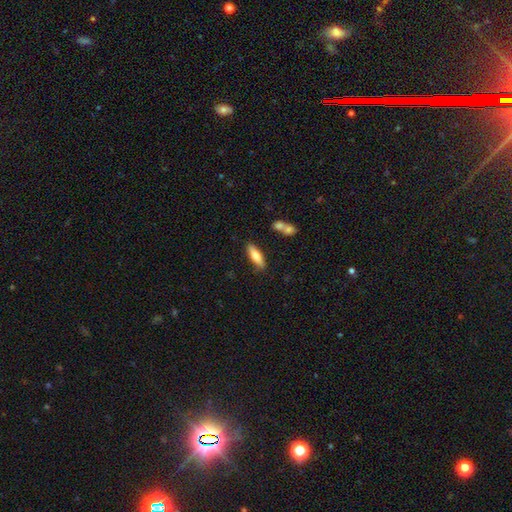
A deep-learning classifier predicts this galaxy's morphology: type=smooth (67%); roundness=cigar-shaped (50%); merging=none (82%).